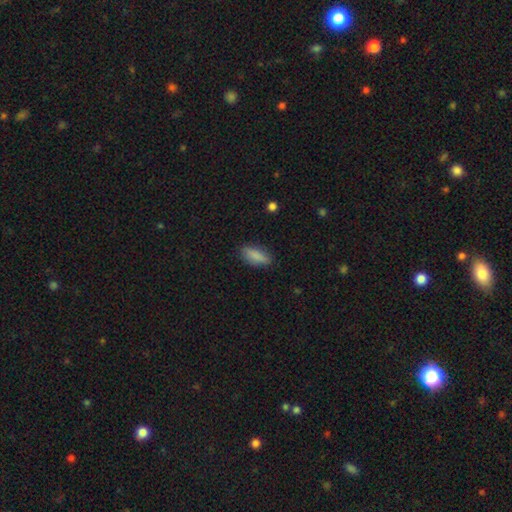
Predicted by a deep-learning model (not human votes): Morphology: type=smooth (85%); roundness=in between (75%); merging=none (81%).